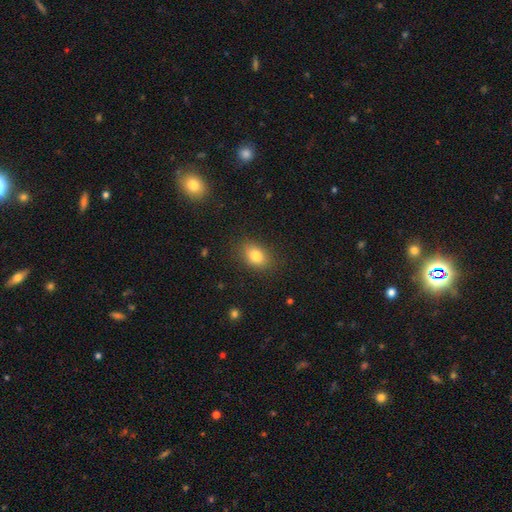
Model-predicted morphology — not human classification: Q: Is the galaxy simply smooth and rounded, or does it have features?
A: smooth — 81%.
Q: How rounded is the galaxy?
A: in between — 78%.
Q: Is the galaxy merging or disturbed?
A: none — 85%.